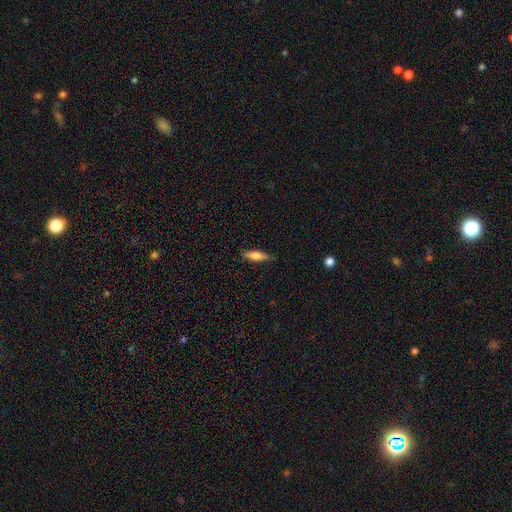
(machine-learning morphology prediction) The model was most divided on "how rounded": cigar-shaped: 56%, in between: 42%, round: 2%. More confident: smooth or featured — smooth (79%); merging — none (77%).